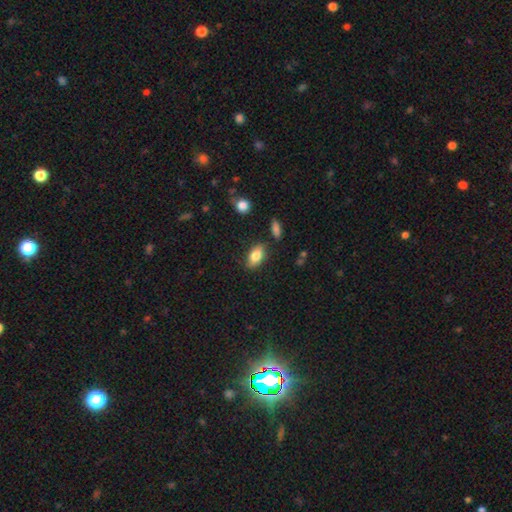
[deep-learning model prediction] smooth-or-featured: smooth: 83% | featured or disk: 9% | star or artifact: 7%
  how-rounded: in between: 90% | round: 5% | cigar-shaped: 5%
  merging: none: 81% | minor disturbance: 12% | merger: 3% | major disturbance: 3%